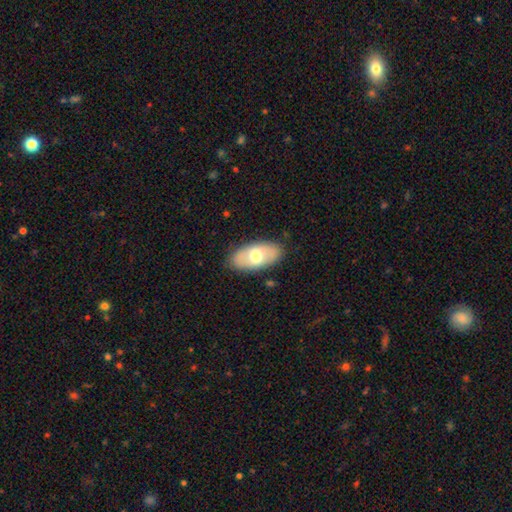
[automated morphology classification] type=smooth (59%); roundness=in between (93%); merging=none (86%).